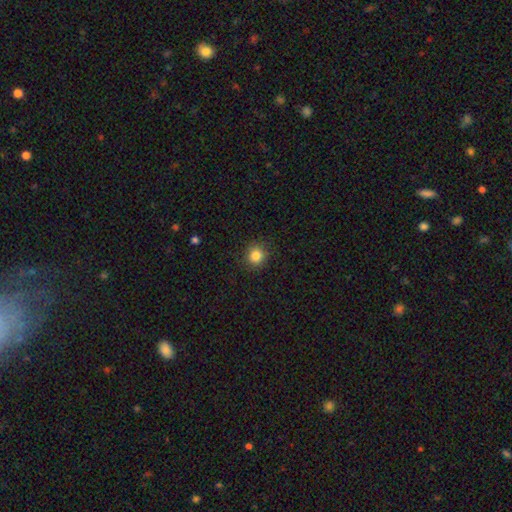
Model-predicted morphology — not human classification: smooth_or_featured: smooth (p=0.84) [alt: star or artifact p=0.11]
how_rounded: round (p=0.90) [alt: in between p=0.09]
merging: none (p=0.88) [alt: minor disturbance p=0.08]